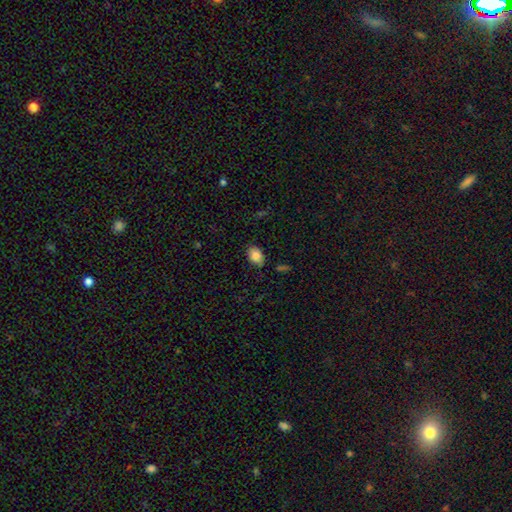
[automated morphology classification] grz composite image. It shows a smooth galaxy with no disk features (84%) that is in between round and cigar-shaped (82%). Merging: none (81%).